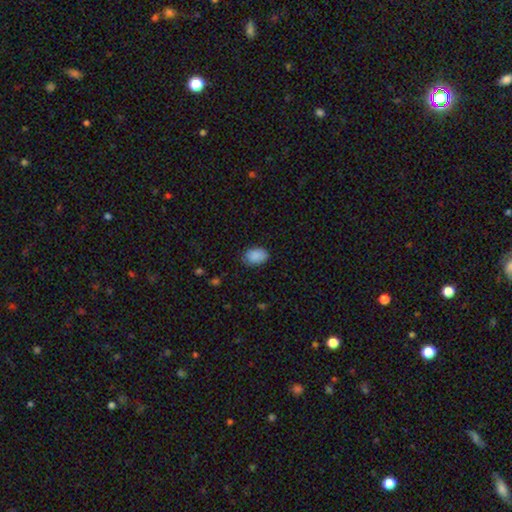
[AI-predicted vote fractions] Smooth or featured: smooth — 89% (star or artifact — 7%)
How rounded: in between — 85% (round — 14%)
Merging: none — 82% (minor disturbance — 15%)